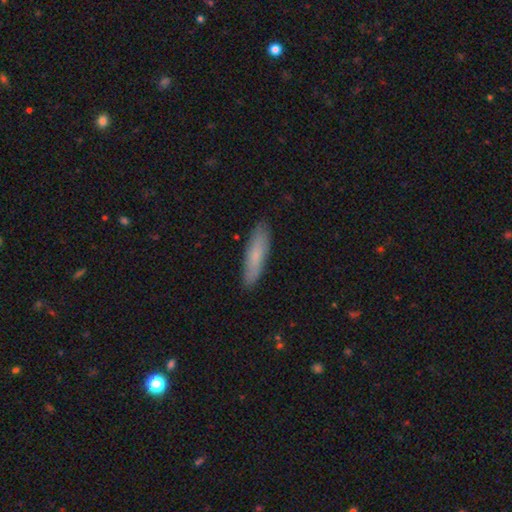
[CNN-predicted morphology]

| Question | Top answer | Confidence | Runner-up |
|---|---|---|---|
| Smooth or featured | smooth | 74% | featured or disk (20%) |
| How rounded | cigar-shaped | 75% | in between (23%) |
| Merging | none | 87% | minor disturbance (10%) |